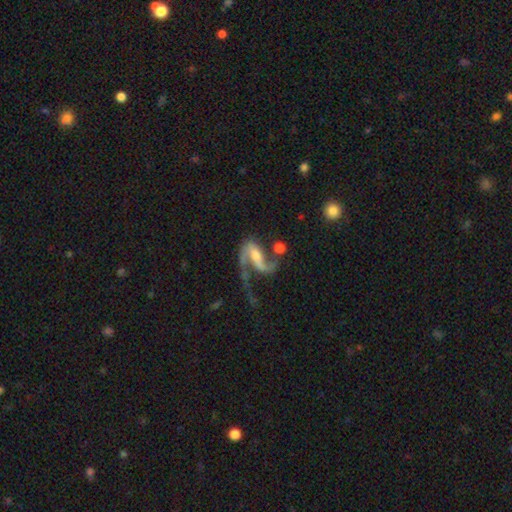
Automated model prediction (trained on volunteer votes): This appears to be a featured or disk galaxy (83%) with a weak bar (39%), 2 (65%) loose (58%) spiral arms (93%) and a moderate central bulge (42%). Merging: major disturbance (40%).